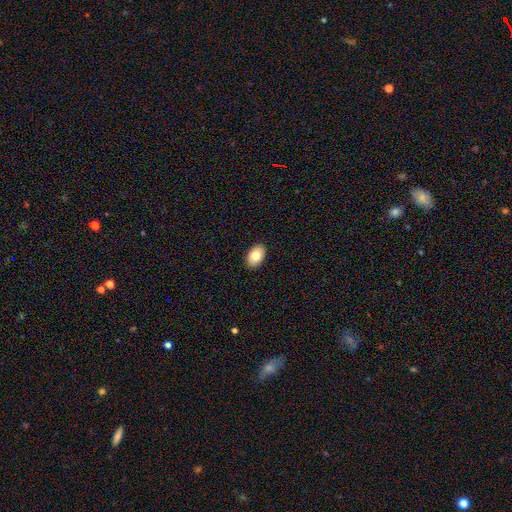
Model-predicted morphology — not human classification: Smooth or featured? Predicted: smooth (p=0.80). How rounded? Predicted: in between (p=0.90). Merging? Predicted: none (p=0.91).